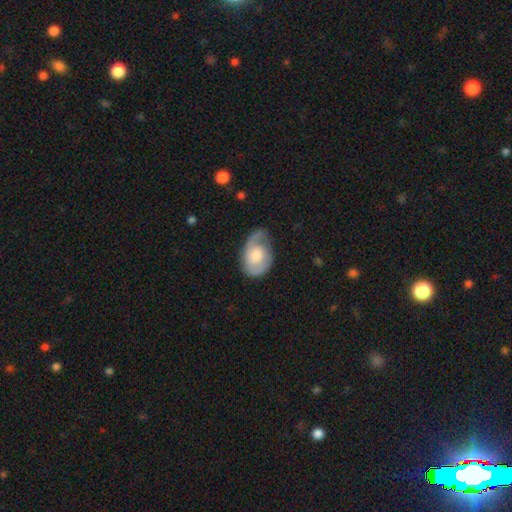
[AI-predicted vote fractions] A featured or disk galaxy (62%) with no bar (67%), 2 (49%) medium (40%) spiral arms (85%) and a moderate central bulge (54%). Merging: none (53%).